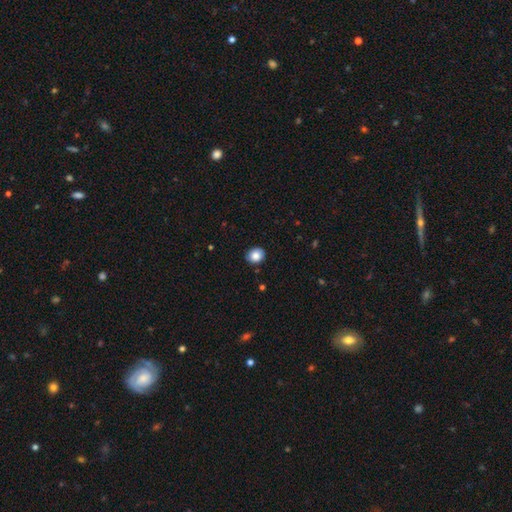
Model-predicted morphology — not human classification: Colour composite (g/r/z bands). It shows a smooth galaxy with no disk features (84%) that is round (69%). Merging: none (88%).